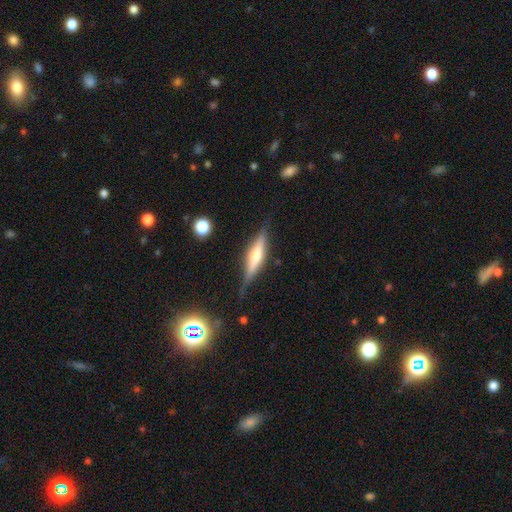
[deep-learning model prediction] Smooth or featured: featured or disk — 66% (smooth — 28%)
Edge-on disk: yes — 96% (no — 4%)
Edge-on bulge: rounded — 77% (boxy — 16%)
Merging: none — 80% (minor disturbance — 14%)